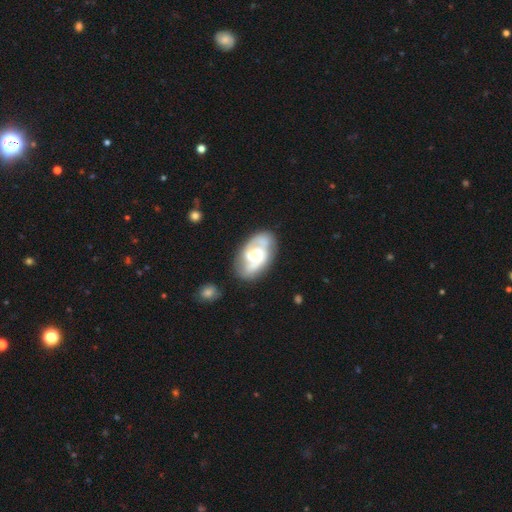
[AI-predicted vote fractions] Smooth or featured? featured or disk (76%)
Edge-on disk? no (97%)
Bar? weak (45%)
Spiral arms? yes (90%)
Spiral winding? medium (48%)
Spiral arm count? 2 (76%)
Bulge size? moderate (38%)
Merging? none (69%)